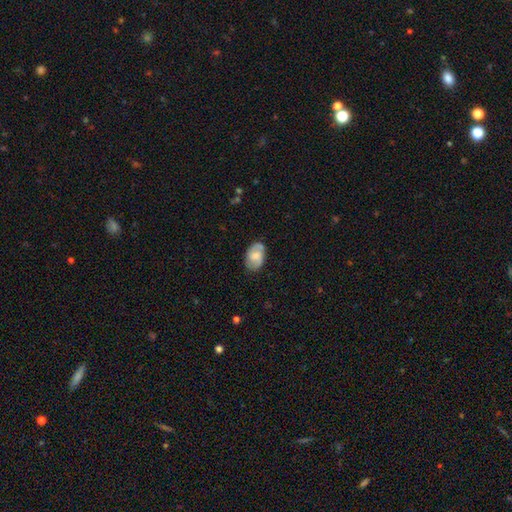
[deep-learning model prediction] smooth-or-featured: featured or disk: 56% | smooth: 38% | star or artifact: 7%
  disk-edge-on: no: 96% | yes: 4%
    bar: no: 47% | weak: 44% | strong: 9%
    has-spiral-arms: yes: 85% | no: 15%
    bulge-size: moderate: 39% | small: 29% | none: 18% | large: 13% | dominant: 2%
  merging: none: 76% | minor disturbance: 18% | major disturbance: 4% | merger: 2%